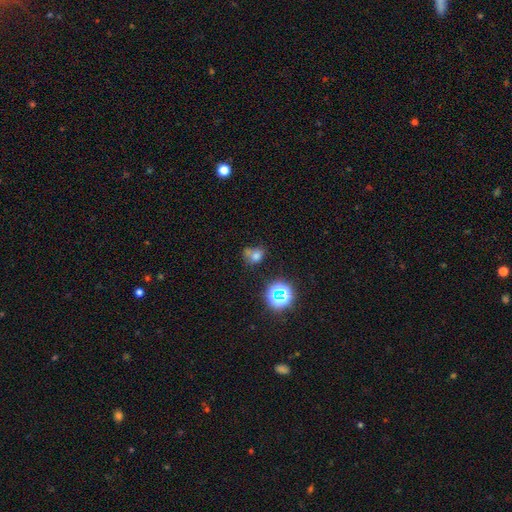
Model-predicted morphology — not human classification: This appears to be a smooth galaxy with no disk features (66%) that is round (55%). Merging: none (43%).